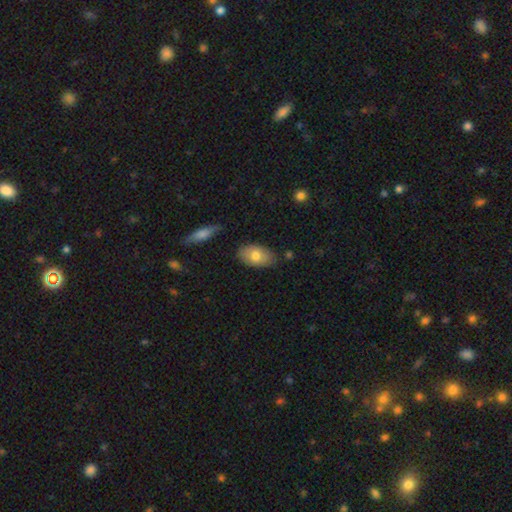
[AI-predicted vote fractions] smooth_or_featured: smooth (p=0.74) [alt: featured or disk p=0.20]
how_rounded: in between (p=0.92) [alt: round p=0.06]
merging: none (p=0.78) [alt: minor disturbance p=0.16]